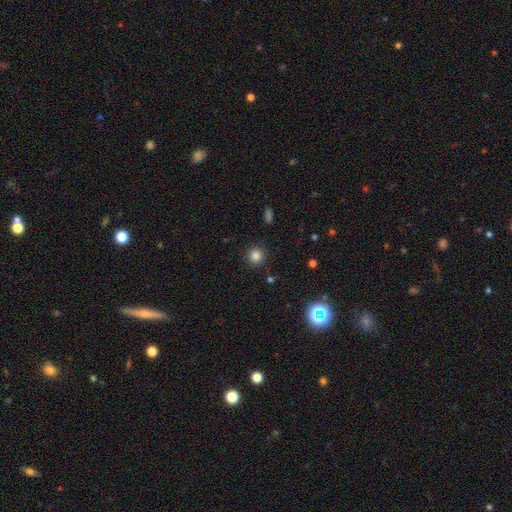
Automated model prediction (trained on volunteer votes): The model was most divided on "smooth or featured": smooth: 82%, star or artifact: 14%, featured or disk: 4%. More confident: how rounded — round (94%); merging — none (89%).